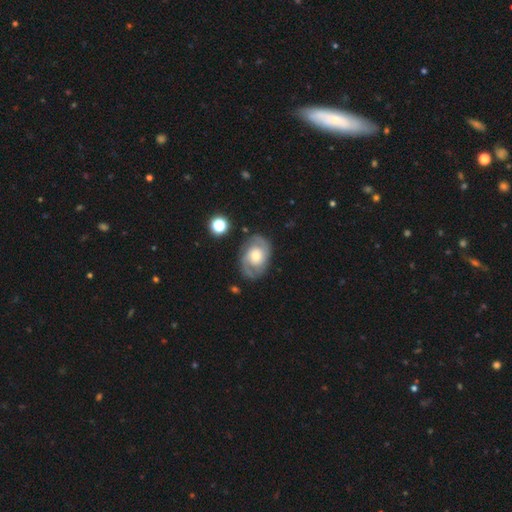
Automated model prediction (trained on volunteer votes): Q: Smooth or featured?
A: featured or disk (79%); runner-up: smooth (15%)
Q: Edge-on disk?
A: no (97%); runner-up: yes (3%)
Q: Bar?
A: no (69%); runner-up: weak (25%)
Q: Spiral arms?
A: yes (91%); runner-up: no (9%)
Q: Spiral winding?
A: medium (45%); runner-up: tight (42%)
Q: Spiral arm count?
A: 2 (83%); runner-up: can't tell (9%)
Q: Bulge size?
A: moderate (56%); runner-up: small (26%)
Q: Merging?
A: none (78%); runner-up: minor disturbance (14%)